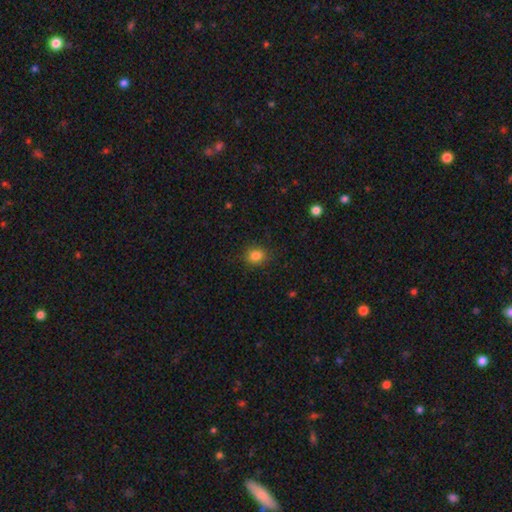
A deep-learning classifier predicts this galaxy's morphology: Overall: smooth (84%). How rounded: round (68%; in between 31%). Merging: none (85%).